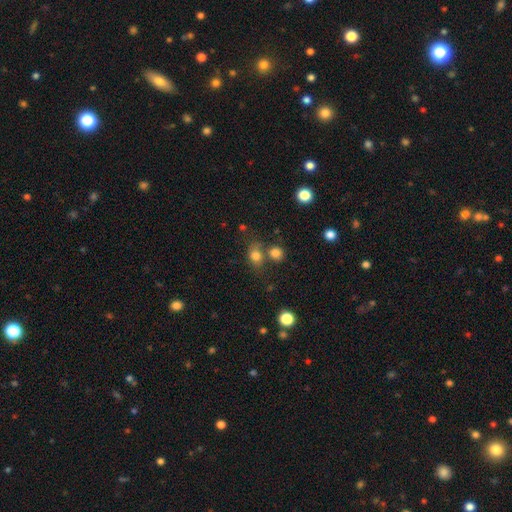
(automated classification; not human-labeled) Smooth or featured? smooth (78%)
How rounded? round (50%)
Merging? none (55%)